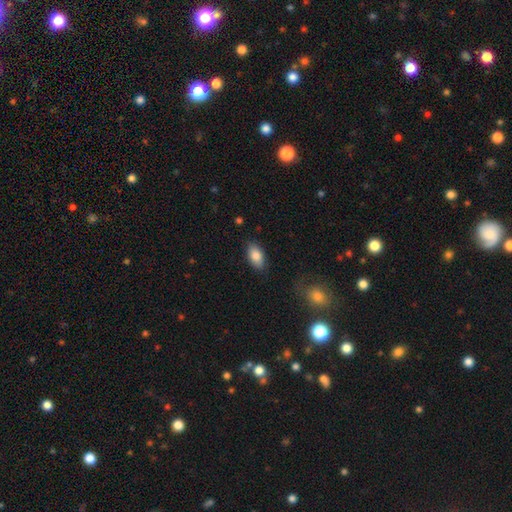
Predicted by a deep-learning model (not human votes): smooth 85%, featured or disk 9%, star or artifact 7%. Down the decision tree: how rounded — in between (93%); merging — none (85%).